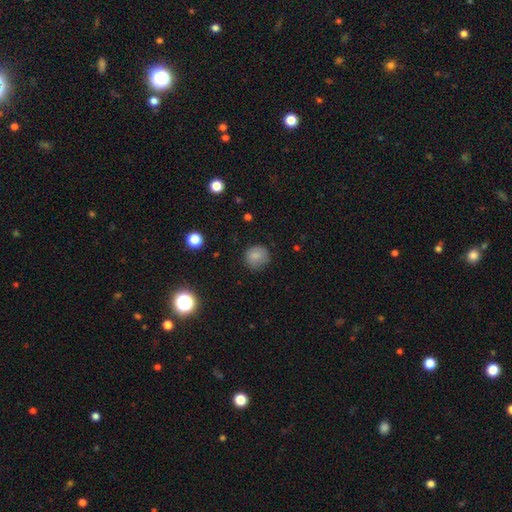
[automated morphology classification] A smooth galaxy with no disk features (81%) that is round (88%).

Vote fractions:
- Smooth or featured? smooth: 81% / star or artifact: 10% / featured or disk: 9%
- How rounded? round: 88% / in between: 11% / cigar-shaped: 1%
- Merging? none: 80% / minor disturbance: 15% / major disturbance: 4% / merger: 1%